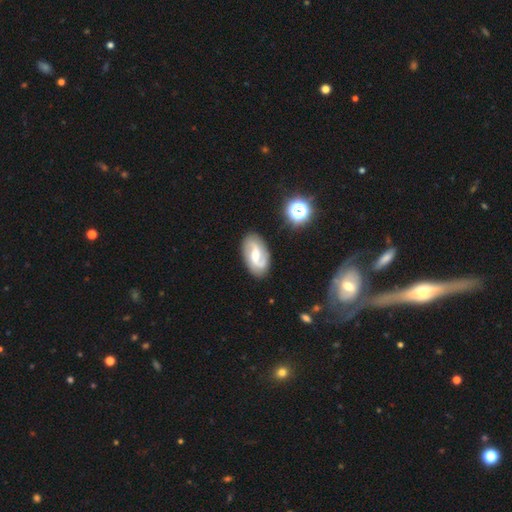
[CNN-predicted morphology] A featured or disk galaxy (81%) with a weak bar (53%), 2 (89%) medium (45%) spiral arms (95%) and a moderate central bulge (57%). Merging: none (84%).